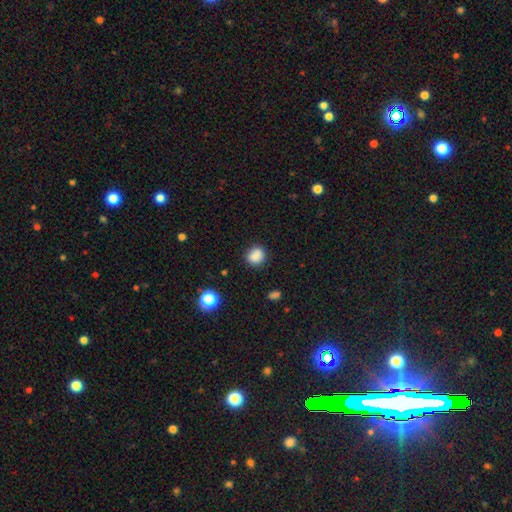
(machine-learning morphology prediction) Overall: smooth (85%). How rounded: round (74%). Merging: none (81%).